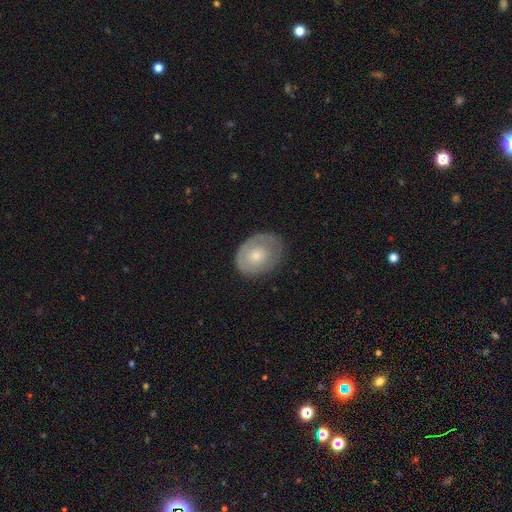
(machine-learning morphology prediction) smooth 56%, featured or disk 38%, star or artifact 6%. Down the decision tree: how rounded — in between (61%); merging — none (70%).